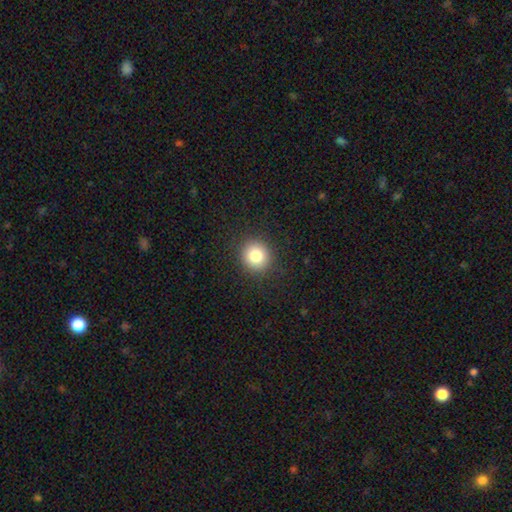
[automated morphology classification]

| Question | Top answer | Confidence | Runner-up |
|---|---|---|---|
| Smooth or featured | smooth | 82% | star or artifact (11%) |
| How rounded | round | 88% | in between (11%) |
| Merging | none | 91% | minor disturbance (6%) |